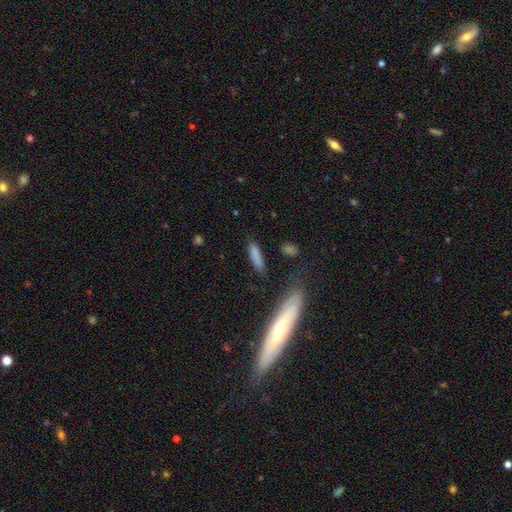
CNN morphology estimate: A smooth galaxy with no disk features (80%) that is cigar-shaped (71%). Merging: none (78%).